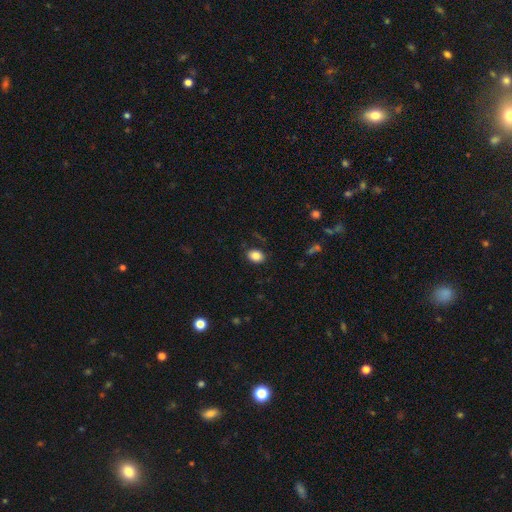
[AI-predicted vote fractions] The model was most divided on "how rounded": in between: 63%, round: 36%, cigar-shaped: 1%. More confident: merging — none (85%); smooth or featured — smooth (85%).